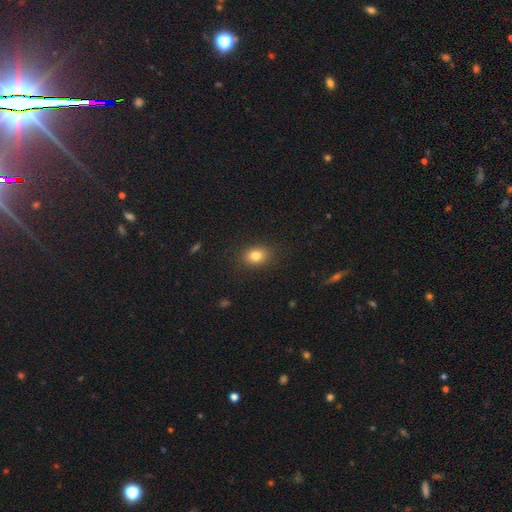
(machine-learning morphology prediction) Smooth or featured: smooth — 81% (star or artifact — 11%)
How rounded: in between — 63% (round — 36%)
Merging: none — 87% (minor disturbance — 10%)